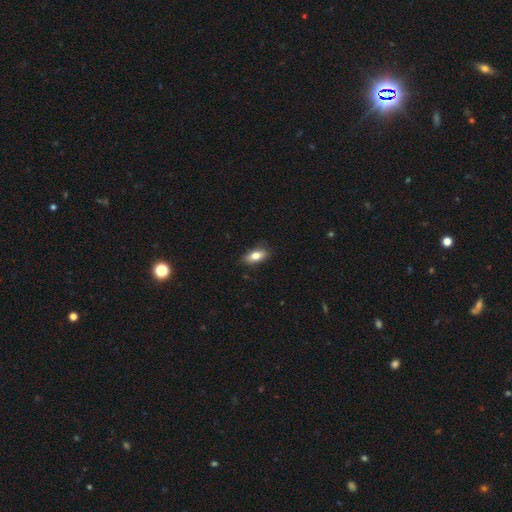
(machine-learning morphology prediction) Q: Smooth or featured?
A: smooth (78%); runner-up: featured or disk (15%)
Q: How rounded?
A: in between (85%); runner-up: cigar-shaped (10%)
Q: Merging?
A: none (83%); runner-up: minor disturbance (14%)